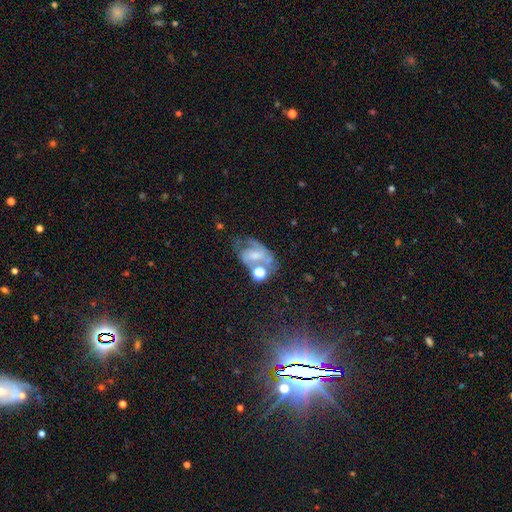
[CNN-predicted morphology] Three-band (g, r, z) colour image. It shows a featured or disk galaxy (62%) with no bar (44%), spiral arms (80%) and a small central bulge (47%). Merging: none (34%).